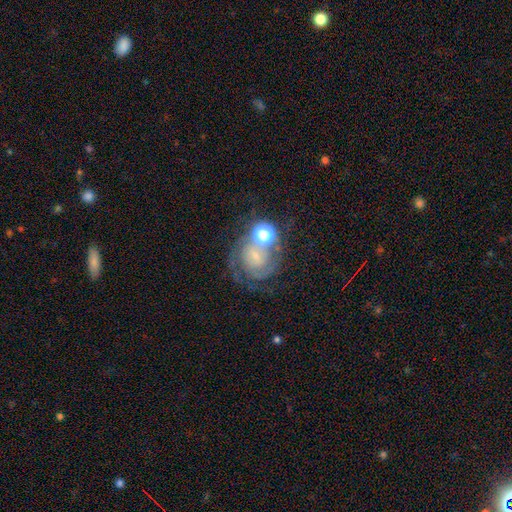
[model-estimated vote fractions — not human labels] Overall: featured or disk (67%). Edge-on disk: no (97%). Bar: no (59%; weak 32%). Spiral arms: yes (90%). Spiral arm count: 2 (35%; can't tell 29%). Spiral winding: tight (57%; medium 33%). Bulge size: small (60%; moderate 21%). Merging: none (52%; merger 18%).